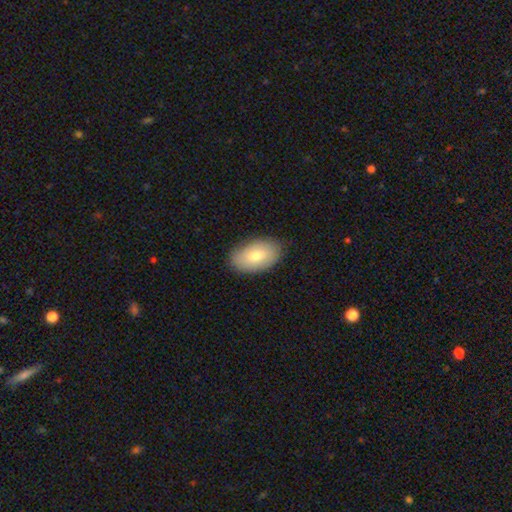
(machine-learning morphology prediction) Overall: smooth (74%). How rounded: in between (93%). Merging: none (86%).